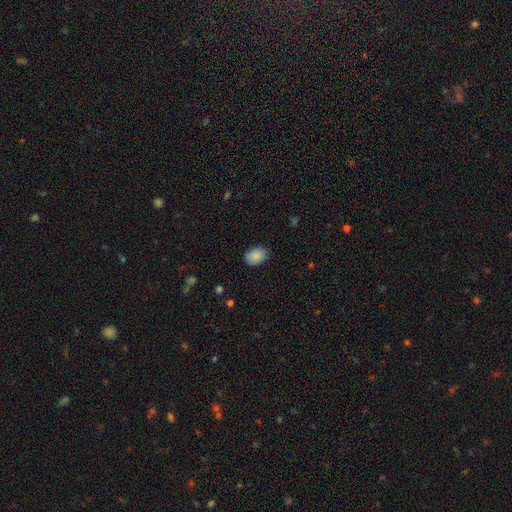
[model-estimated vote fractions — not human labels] The model was most divided on "how rounded": in between: 78%, round: 21%, cigar-shaped: 1%. More confident: smooth or featured — smooth (88%); merging — none (84%).